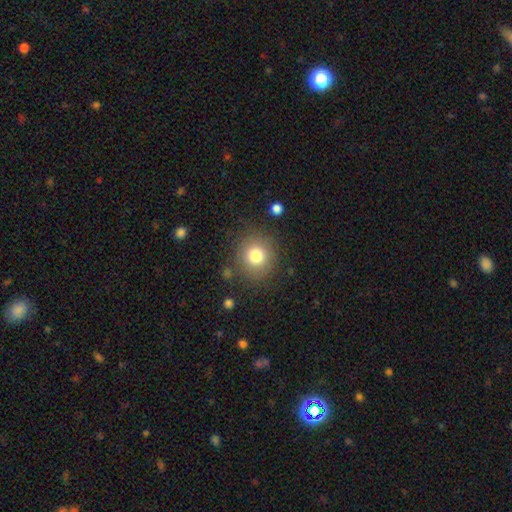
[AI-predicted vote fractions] Overall: smooth (79%). How rounded: round (91%). Merging: none (84%).